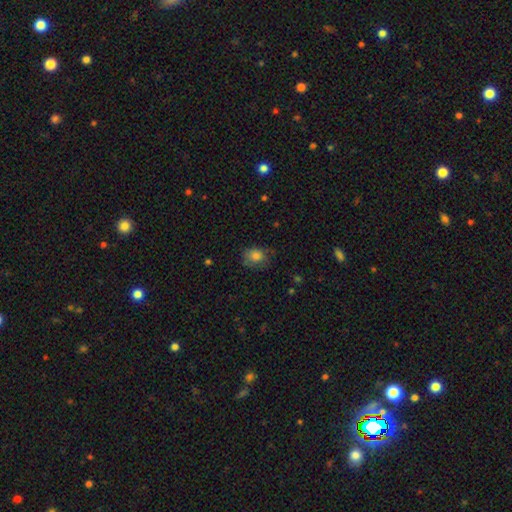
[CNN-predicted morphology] smooth-or-featured: smooth: 81% | star or artifact: 10% | featured or disk: 9%
  how-rounded: round: 51% | in between: 48% | cigar-shaped: 1%
  merging: none: 59% | minor disturbance: 28% | major disturbance: 11% | merger: 2%